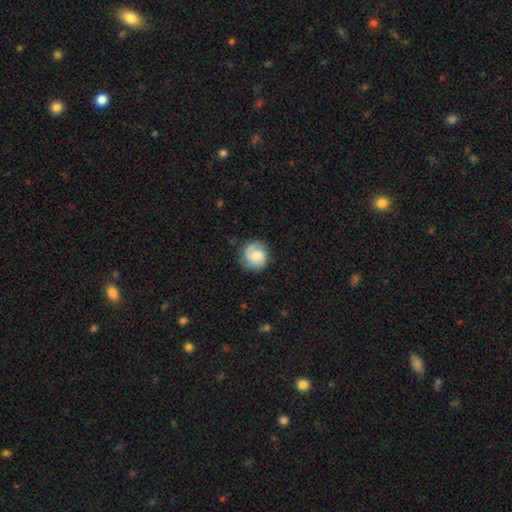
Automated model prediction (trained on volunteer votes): Smooth or featured? Predicted: featured or disk (p=0.47). Merging? Predicted: none (p=0.81).